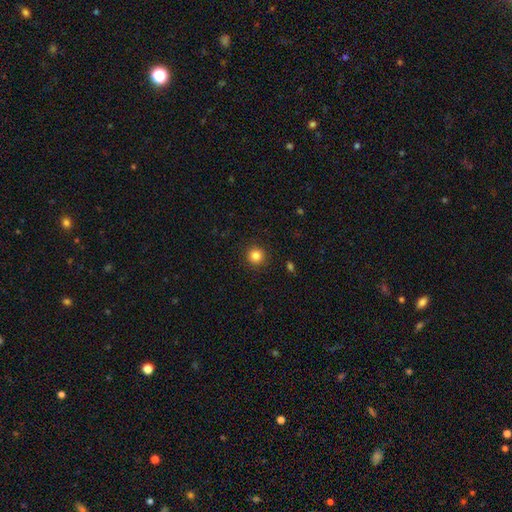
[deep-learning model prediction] Smooth or featured? smooth (84%)
How rounded? round (95%)
Merging? none (92%)